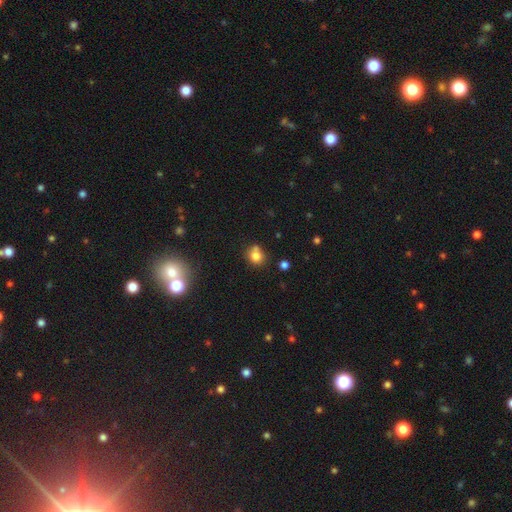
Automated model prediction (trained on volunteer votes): smooth-or-featured: smooth: 78% | star or artifact: 13% | featured or disk: 9%
  how-rounded: round: 75% | in between: 24% | cigar-shaped: 1%
  merging: none: 57% | merger: 21% | minor disturbance: 17% | major disturbance: 5%